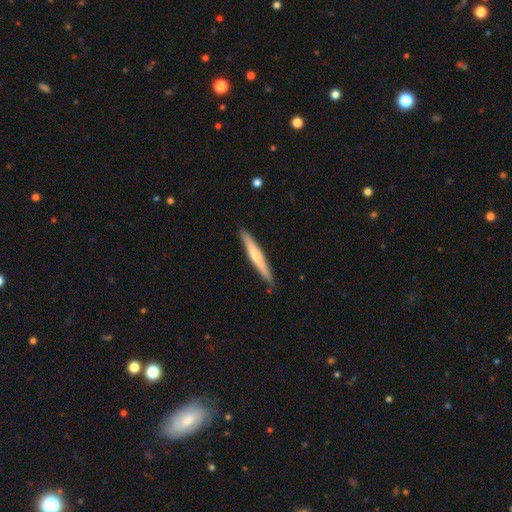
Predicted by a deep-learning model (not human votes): Q: Smooth or featured?
A: smooth (53%); runner-up: featured or disk (42%)
Q: How rounded?
A: cigar-shaped (95%); runner-up: in between (3%)
Q: Merging?
A: none (88%); runner-up: minor disturbance (9%)